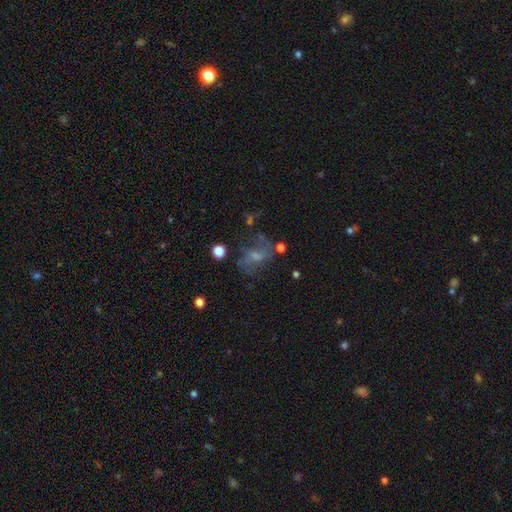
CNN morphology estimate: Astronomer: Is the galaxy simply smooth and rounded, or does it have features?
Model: featured or disk — 53% (runner-up: smooth, 30%).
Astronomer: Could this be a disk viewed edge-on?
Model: no — 96%.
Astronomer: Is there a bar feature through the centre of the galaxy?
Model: no — 50% (runner-up: weak, 41%).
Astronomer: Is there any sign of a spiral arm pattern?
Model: yes — 66%.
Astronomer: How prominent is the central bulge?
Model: small — 37% (runner-up: moderate, 34%).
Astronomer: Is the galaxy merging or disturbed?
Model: none — 47% (runner-up: major disturbance, 27%).